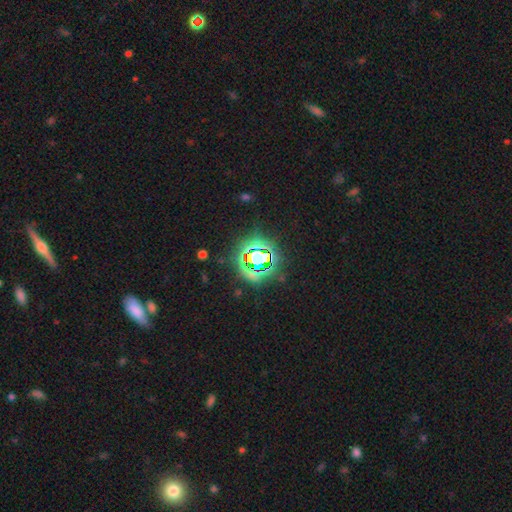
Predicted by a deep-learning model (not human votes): Overall: star or artifact (71%).